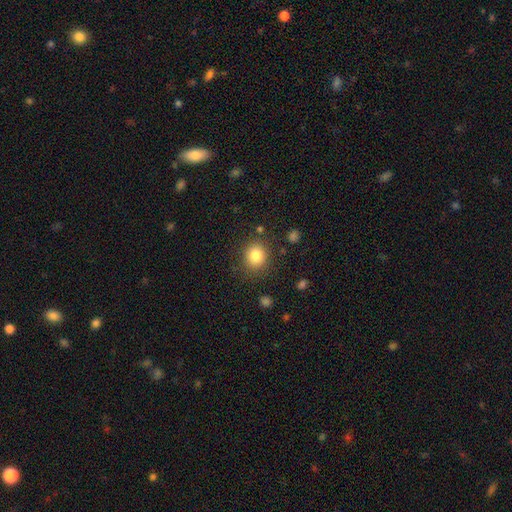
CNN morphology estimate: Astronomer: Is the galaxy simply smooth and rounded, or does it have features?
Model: smooth — 83%.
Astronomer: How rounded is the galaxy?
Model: round — 76%.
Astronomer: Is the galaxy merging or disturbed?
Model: none — 84%.